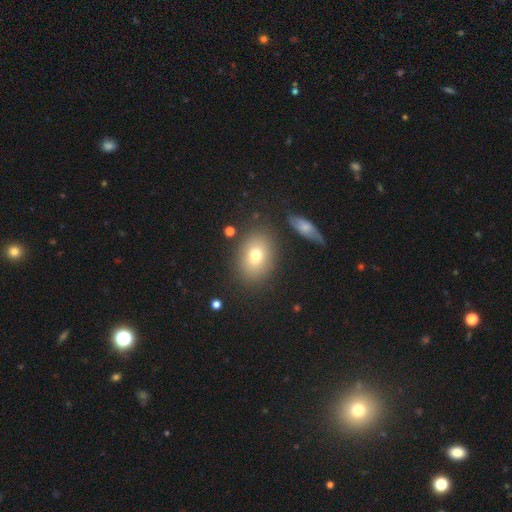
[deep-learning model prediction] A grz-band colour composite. It shows a smooth galaxy with no disk features (74%) that is in between round and cigar-shaped (67%). Merging: none (81%).